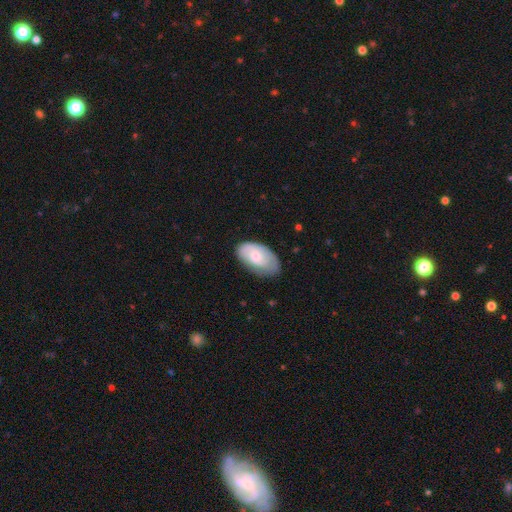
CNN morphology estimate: smooth-or-featured: smooth: 54% | featured or disk: 41% | star or artifact: 6%
  how-rounded: in between: 94% | round: 5% | cigar-shaped: 2%
  merging: none: 67% | minor disturbance: 25% | major disturbance: 7% | merger: 1%